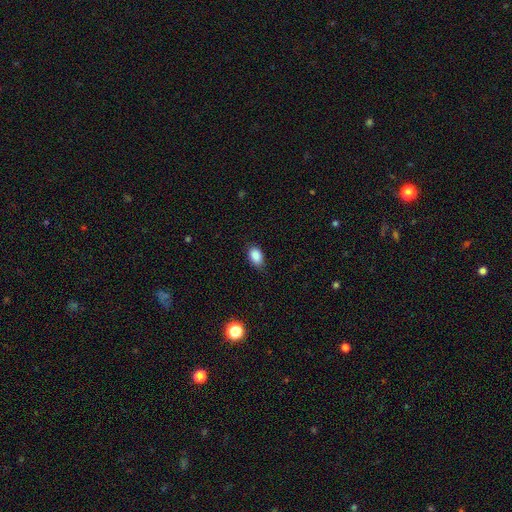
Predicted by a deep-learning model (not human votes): smooth 88%, star or artifact 8%, featured or disk 4%. Down the decision tree: how rounded — in between (87%); merging — none (75%).